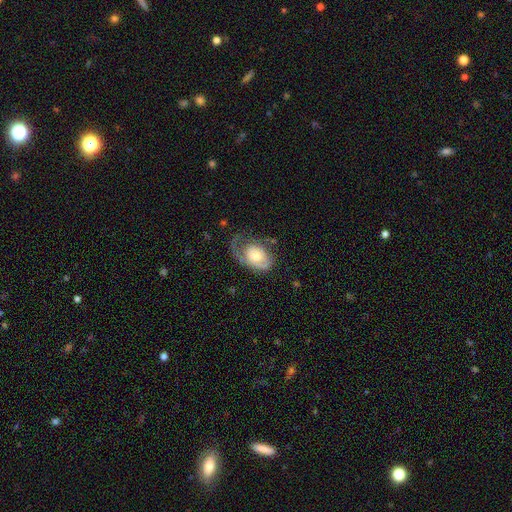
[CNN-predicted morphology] Smooth or featured?
  - featured or disk: 55% *
  - smooth: 38%
  - star or artifact: 7%
Edge-on disk?
  - no: 95% *
  - yes: 5%
Bar?
  - no: 81% *
  - weak: 16%
  - strong: 3%
Spiral arms?
  - yes: 69% *
  - no: 31%
Bulge size?
  - moderate: 54% *
  - small: 26%
  - large: 15%
  - none: 2%
  - dominant: 2%
Merging?
  - none: 37% *
  - major disturbance: 34%
  - minor disturbance: 26%
  - merger: 3%